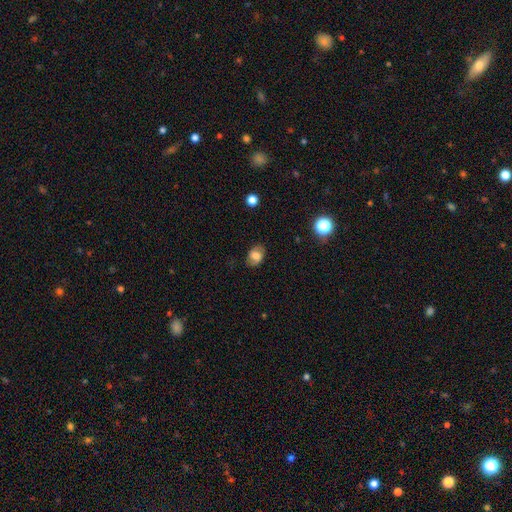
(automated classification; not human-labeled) Smooth or featured?
  - smooth: 72% *
  - featured or disk: 19%
  - star or artifact: 10%
How rounded?
  - in between: 72% *
  - round: 27%
  - cigar-shaped: 1%
Merging?
  - none: 79% *
  - minor disturbance: 16%
  - major disturbance: 4%
  - merger: 1%